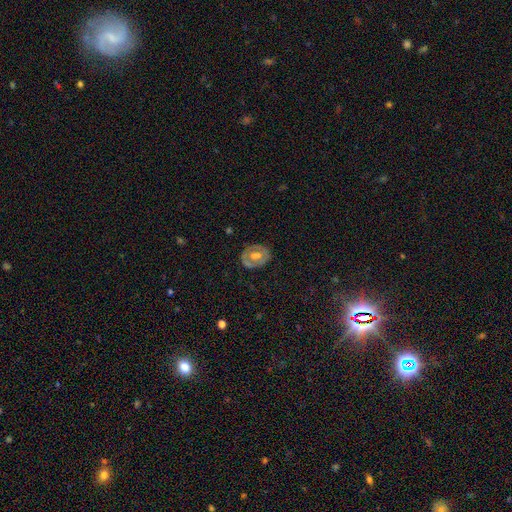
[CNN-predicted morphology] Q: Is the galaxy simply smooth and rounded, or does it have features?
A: featured or disk — 49%.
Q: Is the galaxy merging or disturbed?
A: none — 76%.